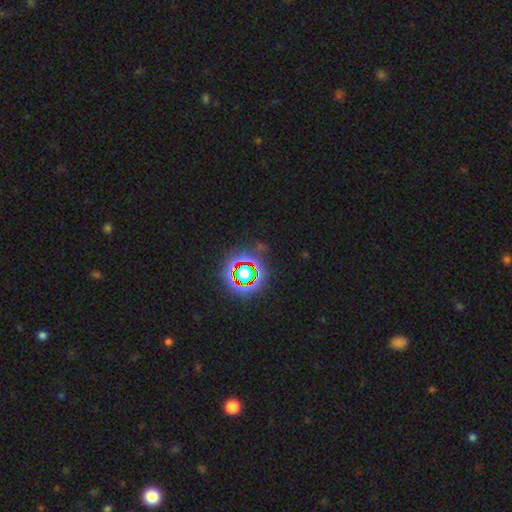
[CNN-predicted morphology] Smooth or featured: star or artifact — 76% (smooth — 16%)